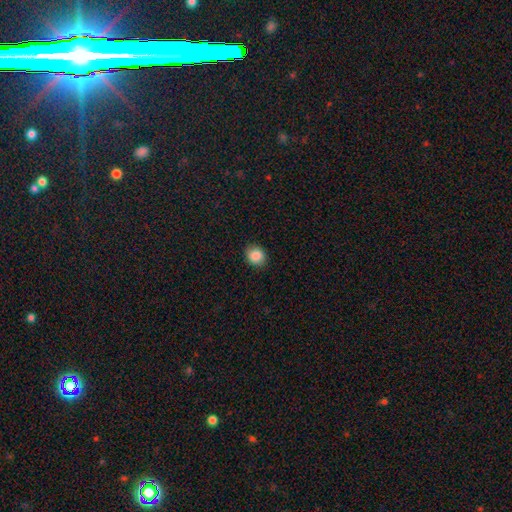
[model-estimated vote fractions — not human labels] Smooth or featured? smooth (87%)
How rounded? round (73%)
Merging? none (89%)